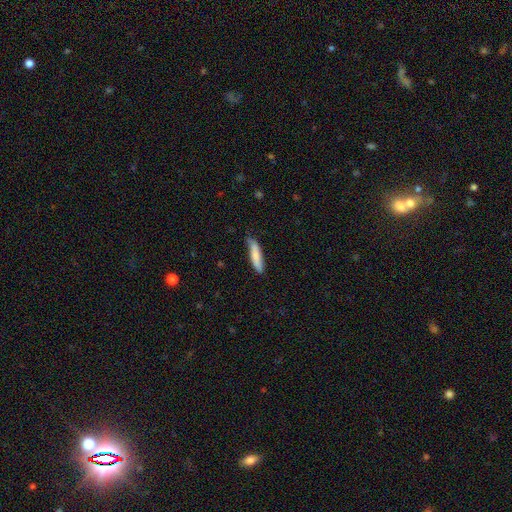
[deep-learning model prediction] smooth_or_featured: smooth (p=0.78) [alt: featured or disk p=0.16]
how_rounded: cigar-shaped (p=0.79) [alt: in between p=0.19]
merging: none (p=0.68) [alt: minor disturbance p=0.26]